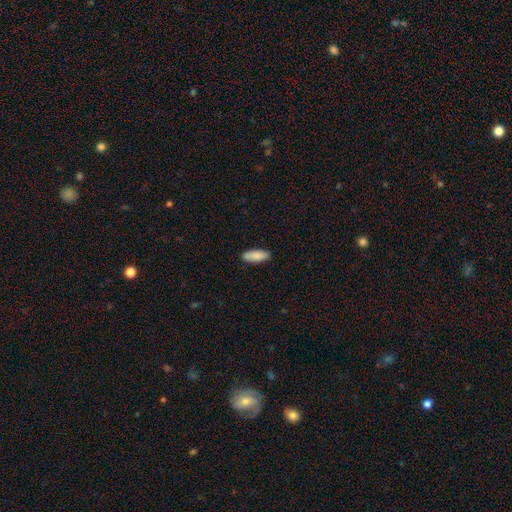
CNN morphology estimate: smooth-or-featured: smooth: 88% | featured or disk: 6% | star or artifact: 6%
  how-rounded: in between: 72% | cigar-shaped: 26% | round: 2%
  merging: none: 88% | minor disturbance: 9% | major disturbance: 2% | merger: 1%